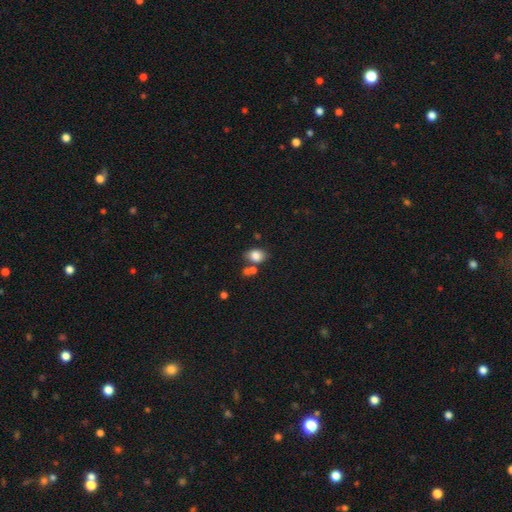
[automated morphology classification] The model was most divided on "how rounded": in between: 62%, round: 37%, cigar-shaped: 1%. More confident: smooth or featured — smooth (83%); merging — none (59%).